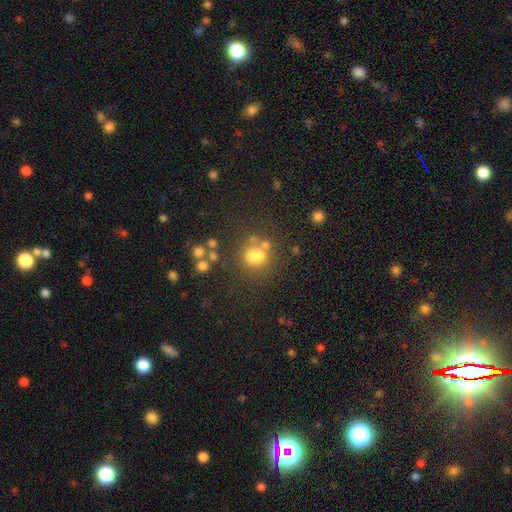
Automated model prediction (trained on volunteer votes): Smooth or featured? smooth (66%)
How rounded? round (71%)
Merging? none (56%)